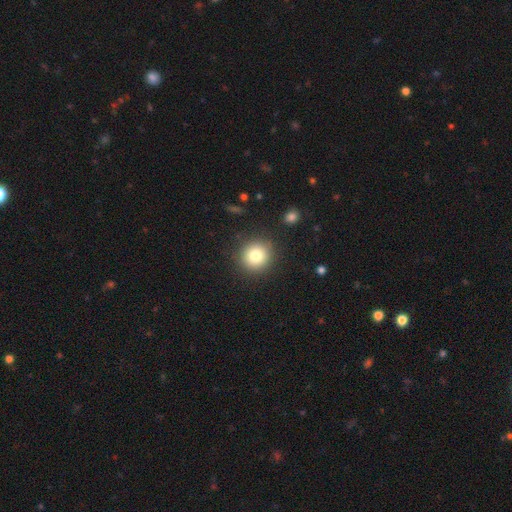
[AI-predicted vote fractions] Smooth or featured? Predicted: smooth (p=0.78). How rounded? Predicted: round (p=0.92). Merging? Predicted: none (p=0.89).